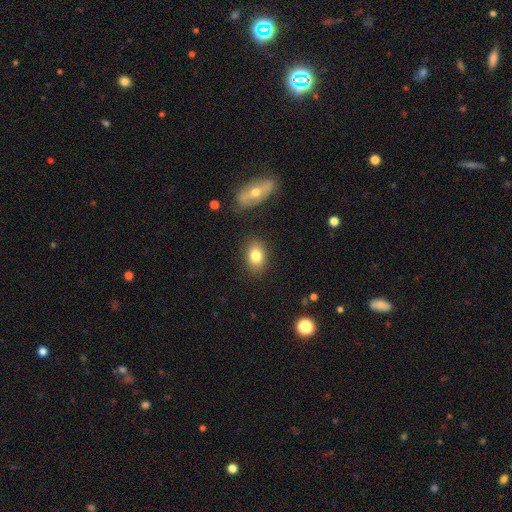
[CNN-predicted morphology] A smooth galaxy with no disk features (81%) that is in between round and cigar-shaped (79%).

Vote fractions:
- Smooth or featured? smooth: 81% / featured or disk: 11% / star or artifact: 8%
- How rounded? in between: 79% / round: 20% / cigar-shaped: 1%
- Merging? none: 84% / minor disturbance: 11% / major disturbance: 3% / merger: 2%